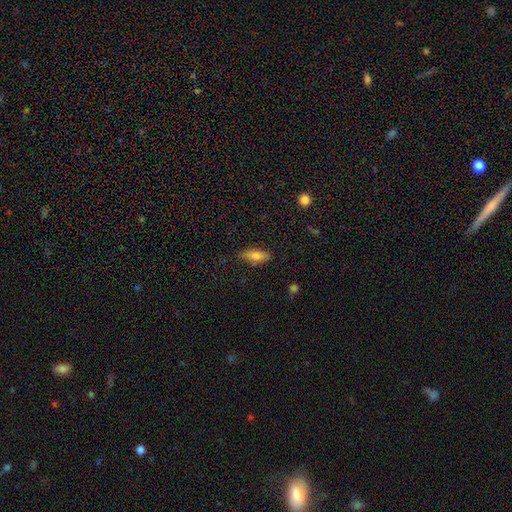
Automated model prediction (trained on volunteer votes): smooth-or-featured: smooth: 75% | featured or disk: 17% | star or artifact: 8%
  how-rounded: in between: 67% | cigar-shaped: 30% | round: 3%
  merging: none: 74% | minor disturbance: 20% | major disturbance: 4% | merger: 2%